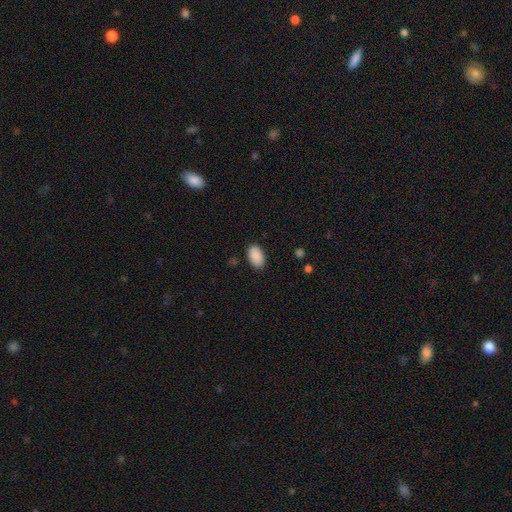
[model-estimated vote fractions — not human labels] Overall: smooth (90%). How rounded: in between (94%). Merging: none (86%).